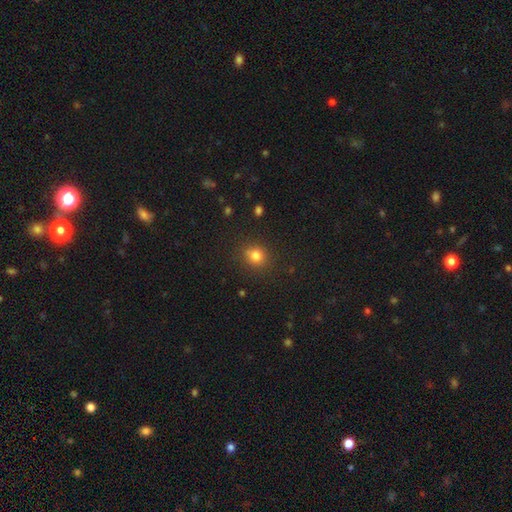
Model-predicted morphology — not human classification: A smooth galaxy with no disk features (80%) that is round (81%). Merging: none (81%).